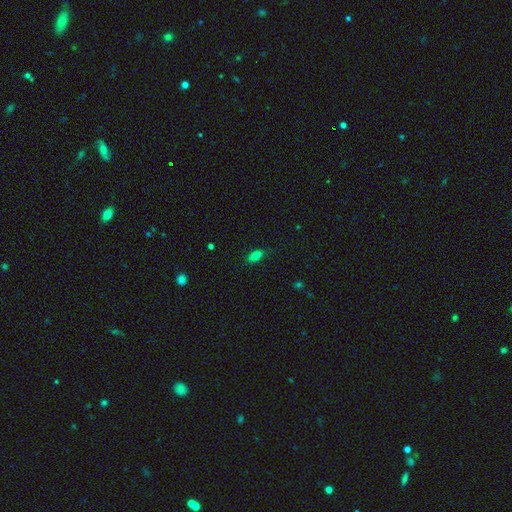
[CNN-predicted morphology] smooth_or_featured: smooth (p=0.80) [alt: star or artifact p=0.12]
how_rounded: in between (p=0.84) [alt: cigar-shaped p=0.11]
merging: none (p=0.78) [alt: minor disturbance p=0.17]